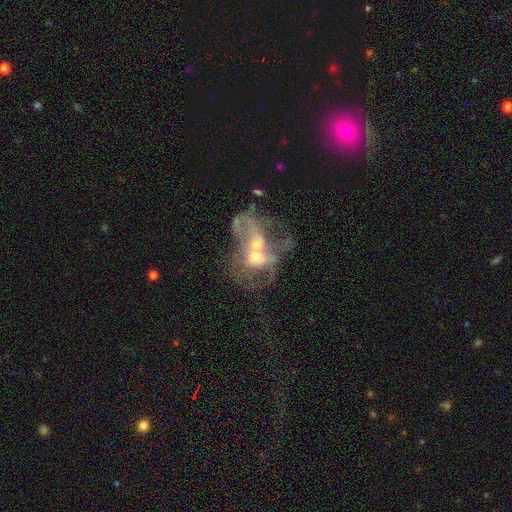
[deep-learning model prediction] Smooth or featured?
  - featured or disk: 63% *
  - smooth: 25%
  - star or artifact: 12%
Edge-on disk?
  - no: 96% *
  - yes: 4%
Bar?
  - no: 80% *
  - weak: 15%
  - strong: 4%
Spiral arms?
  - no: 65% *
  - yes: 35%
Bulge size?
  - moderate: 51% *
  - small: 32%
  - none: 8%
  - large: 7%
  - dominant: 2%
Merging?
  - merger: 72% *
  - major disturbance: 16%
  - none: 8%
  - minor disturbance: 4%